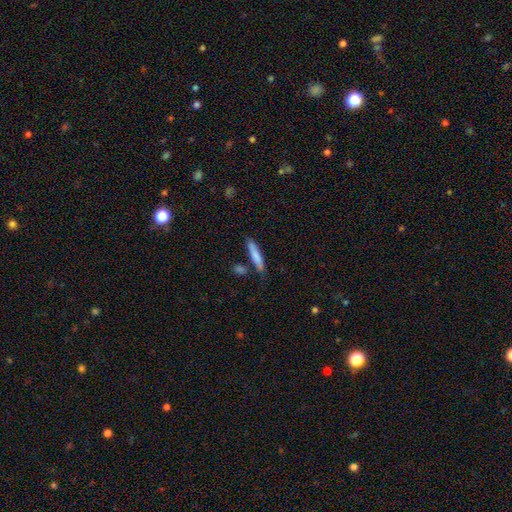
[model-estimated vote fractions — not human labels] The model was most divided on "merging": none: 70%, minor disturbance: 18%, merger: 8%, major disturbance: 4%. More confident: how rounded — cigar-shaped (87%); smooth or featured — smooth (78%).